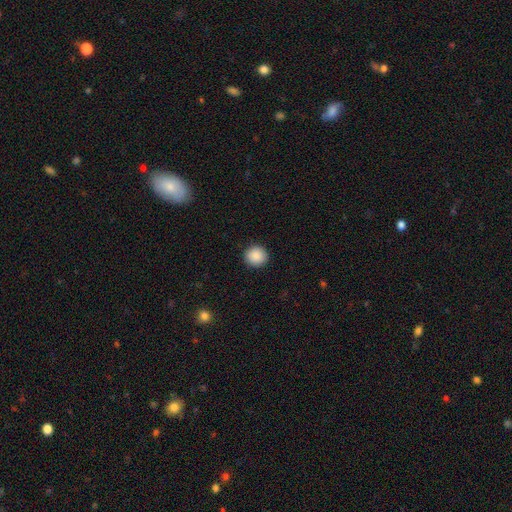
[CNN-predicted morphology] A smooth galaxy with no disk features (89%) that is round (93%). Merging: none (92%).